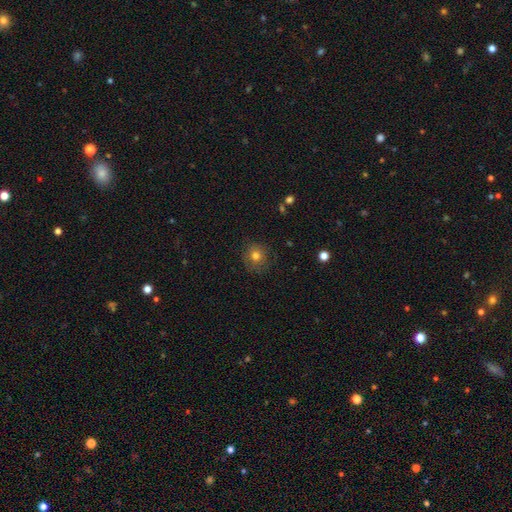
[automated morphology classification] Smooth or featured? smooth (76%)
How rounded? round (90%)
Merging? none (84%)